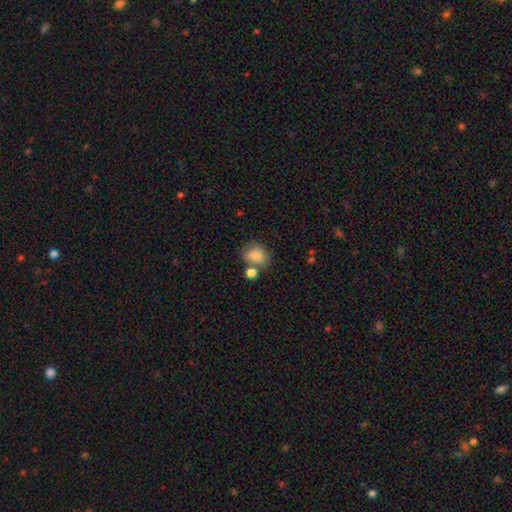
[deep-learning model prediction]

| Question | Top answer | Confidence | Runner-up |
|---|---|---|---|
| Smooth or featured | smooth | 82% | star or artifact (9%) |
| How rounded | round | 52% | in between (47%) |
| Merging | none | 51% | merger (25%) |